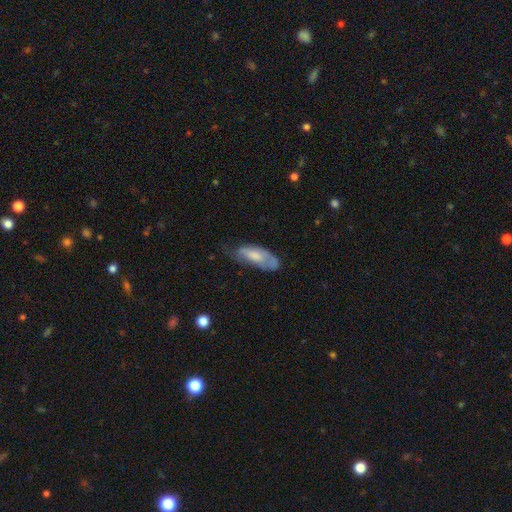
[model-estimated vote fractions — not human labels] A smooth galaxy with no disk features (59%) that is in between round and cigar-shaped (76%).

Vote fractions:
- Smooth or featured? smooth: 59% / featured or disk: 34% / star or artifact: 7%
- How rounded? in between: 76% / cigar-shaped: 22% / round: 2%
- Merging? none: 42% / minor disturbance: 36% / major disturbance: 20% / merger: 3%